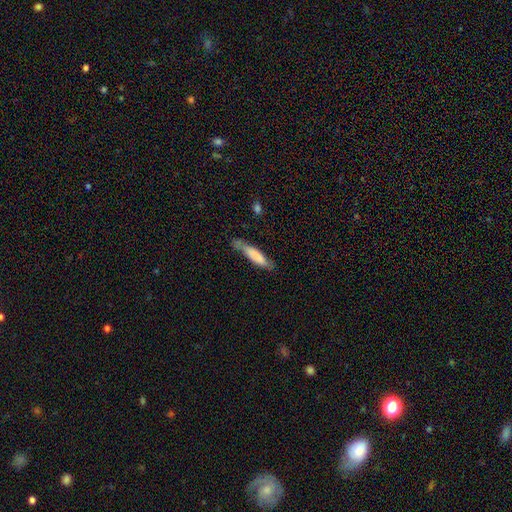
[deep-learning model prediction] A smooth galaxy with no disk features (75%) that is cigar-shaped (80%).

Vote fractions:
- Smooth or featured? smooth: 75% / featured or disk: 19% / star or artifact: 6%
- How rounded? cigar-shaped: 80% / in between: 19% / round: 1%
- Merging? none: 51% / minor disturbance: 31% / major disturbance: 11% / merger: 7%